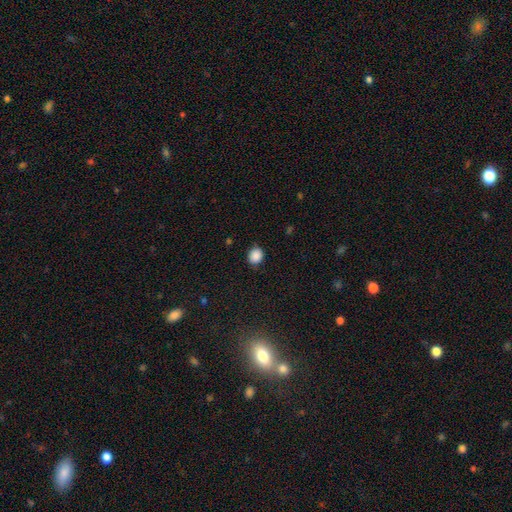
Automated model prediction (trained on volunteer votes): A smooth galaxy with no disk features (87%) that is round (75%). Merging: none (84%).